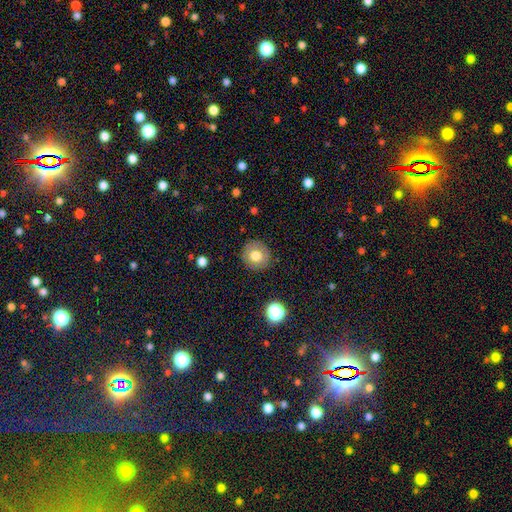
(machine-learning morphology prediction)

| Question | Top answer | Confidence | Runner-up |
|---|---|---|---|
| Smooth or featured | smooth | 74% | featured or disk (16%) |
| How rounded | round | 91% | in between (8%) |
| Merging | none | 88% | minor disturbance (8%) |